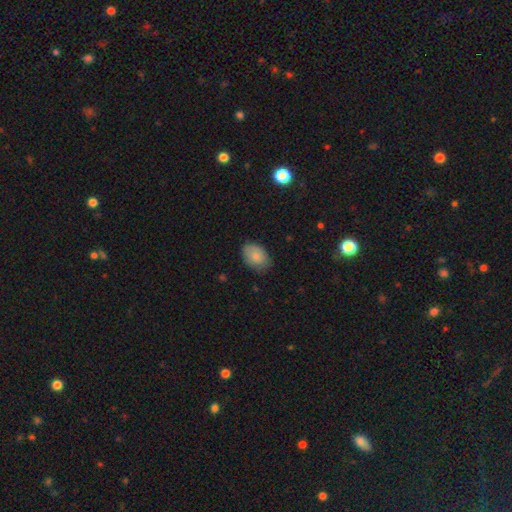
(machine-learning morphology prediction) This appears to be a smooth galaxy with no disk features (82%) that is in between round and cigar-shaped (80%). Merging: none (76%).